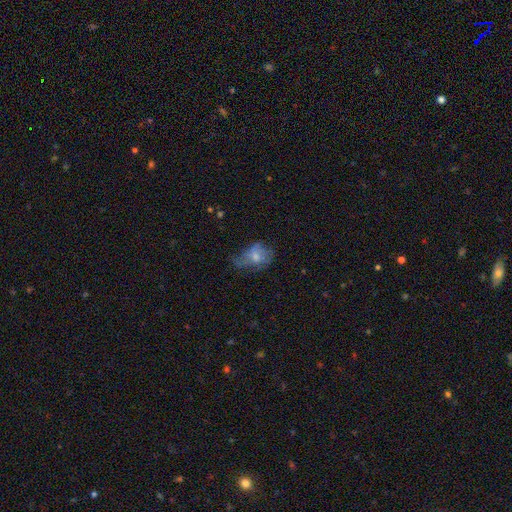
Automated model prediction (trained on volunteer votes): A smooth galaxy with no disk features (55%) that is in between round and cigar-shaped (70%). Merging: major disturbance (37%).